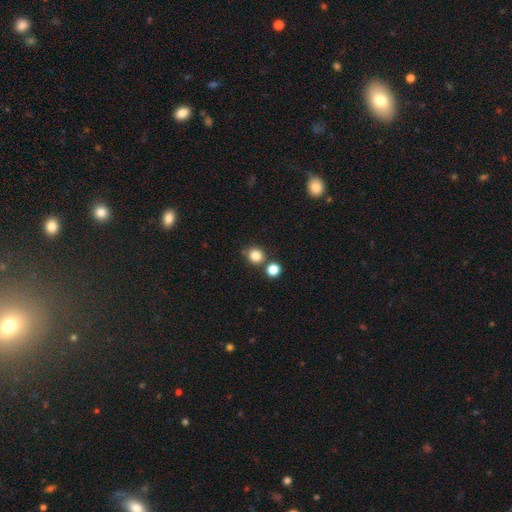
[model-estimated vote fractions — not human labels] This appears to be a smooth galaxy with no disk features (83%) that is round (83%). Merging: none (72%).